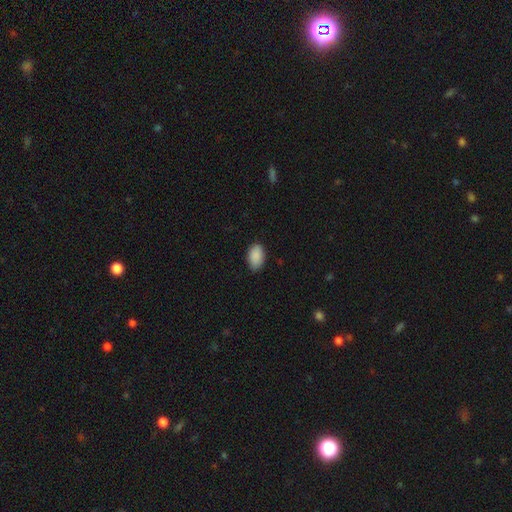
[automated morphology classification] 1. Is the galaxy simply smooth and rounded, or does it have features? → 90% smooth, 6% star or artifact, 3% featured or disk.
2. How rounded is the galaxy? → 92% in between, 7% round, 1% cigar-shaped.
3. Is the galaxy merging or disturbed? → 83% none, 14% minor disturbance, 2% major disturbance, 1% merger.